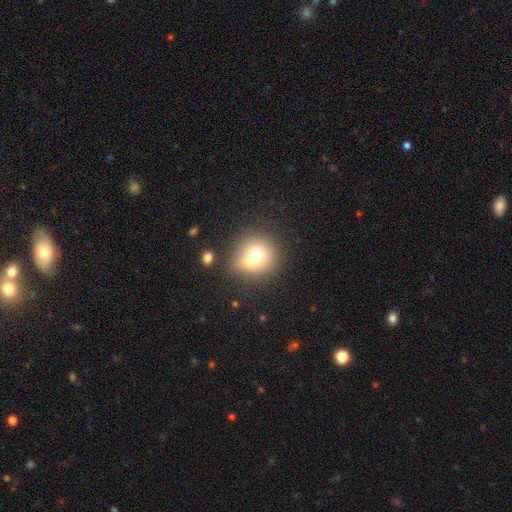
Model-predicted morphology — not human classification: This is likely a smooth galaxy (68%). How rounded: clearly round (89%). Merging: possibly none (55%).